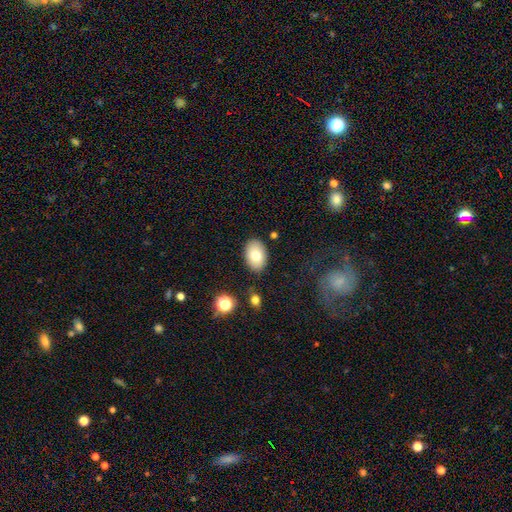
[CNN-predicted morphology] This appears to be a smooth galaxy with no disk features (76%) that is in between round and cigar-shaped (86%). Merging: none (85%).